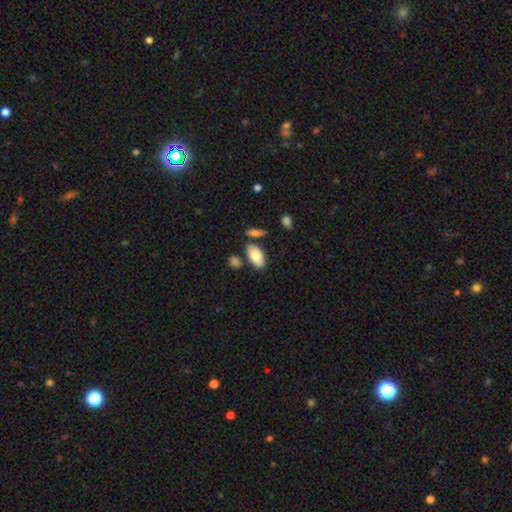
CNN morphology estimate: The model was most divided on "merging": none: 76%, minor disturbance: 13%, merger: 8%, major disturbance: 3%. More confident: how rounded — in between (93%); smooth or featured — smooth (80%).